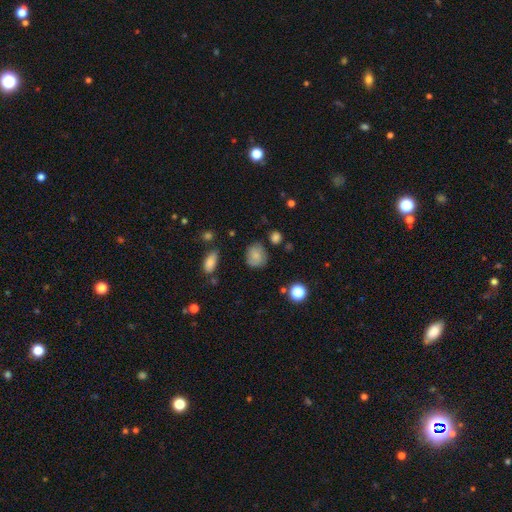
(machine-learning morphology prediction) smooth_or_featured: smooth (p=0.72) [alt: featured or disk p=0.17]
how_rounded: round (p=0.69) [alt: in between p=0.30]
merging: none (p=0.72) [alt: minor disturbance p=0.20]